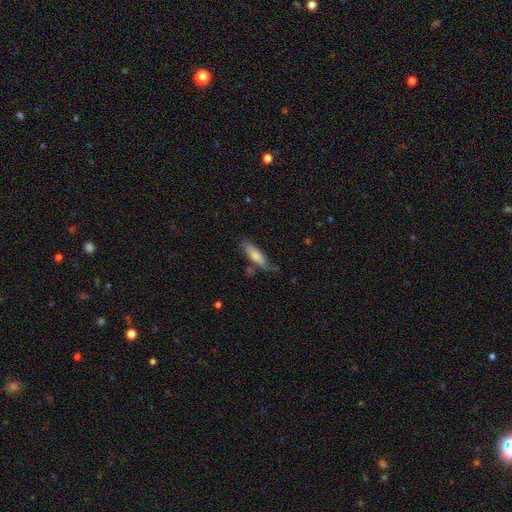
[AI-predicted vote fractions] smooth-or-featured: smooth: 71% | featured or disk: 23% | star or artifact: 6%
  how-rounded: cigar-shaped: 58% | in between: 40% | round: 2%
  merging: none: 58% | minor disturbance: 27% | major disturbance: 8% | merger: 7%